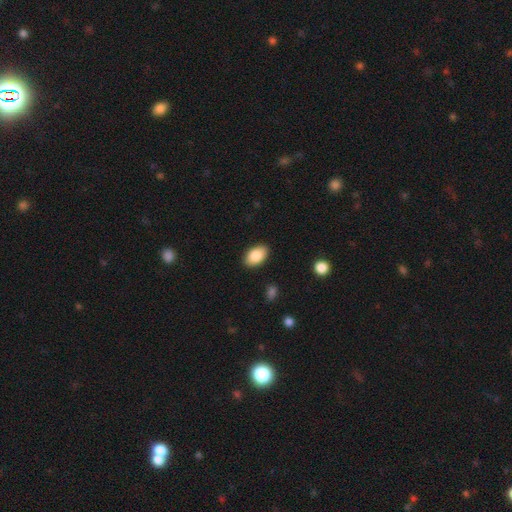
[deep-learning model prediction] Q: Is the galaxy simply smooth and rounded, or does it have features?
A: smooth — 87%.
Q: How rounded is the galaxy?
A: in between — 91%.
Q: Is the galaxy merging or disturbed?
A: none — 87%.